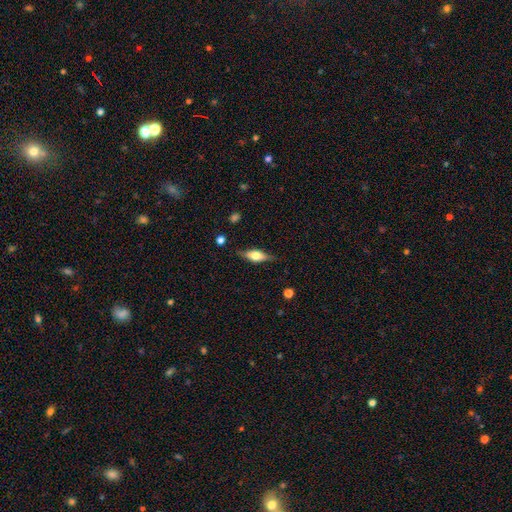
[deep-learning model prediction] featured or disk 52%, smooth 41%, star or artifact 7%. Down the decision tree: edge-on disk — yes (91%); merging — none (80%).